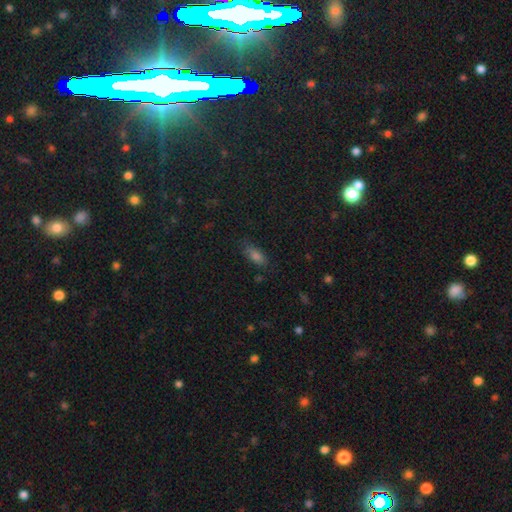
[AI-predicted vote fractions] smooth-or-featured: smooth: 71% | star or artifact: 19% | featured or disk: 10%
  how-rounded: in between: 75% | cigar-shaped: 20% | round: 5%
  merging: none: 77% | minor disturbance: 17% | major disturbance: 4% | merger: 2%